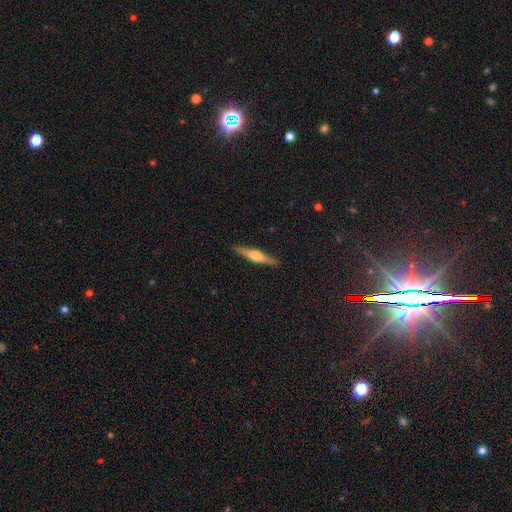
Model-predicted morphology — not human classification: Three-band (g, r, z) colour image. It shows a featured or disk galaxy (66%) viewed edge-on (97%) with a rounded central bulge (89%). Merging: none (91%).